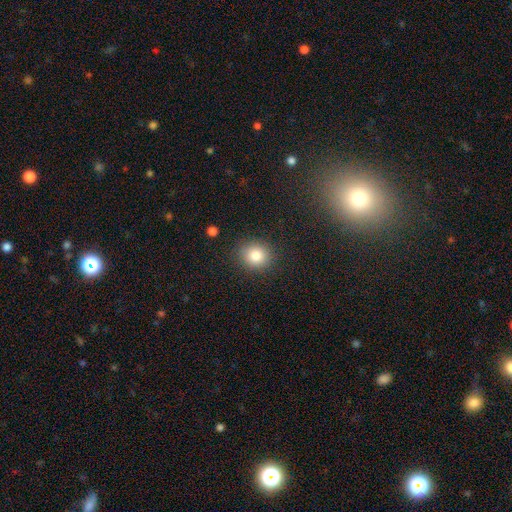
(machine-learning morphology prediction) A smooth galaxy with no disk features (83%) that is round (83%). Merging: none (88%).